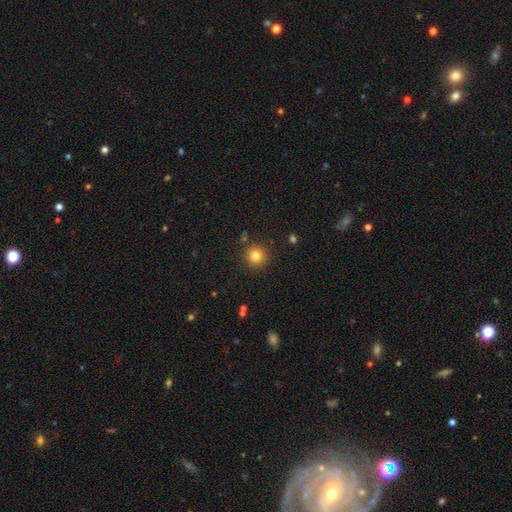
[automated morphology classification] This is clearly a smooth galaxy (81%). How rounded: clearly round (95%). Merging: clearly none (90%).